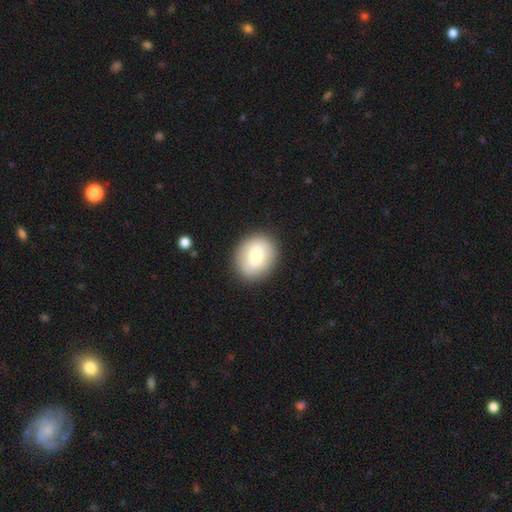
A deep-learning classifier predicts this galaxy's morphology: The model was most divided on "how rounded": round: 59%, in between: 40%, cigar-shaped: 1%. More confident: merging — none (88%); smooth or featured — smooth (74%).